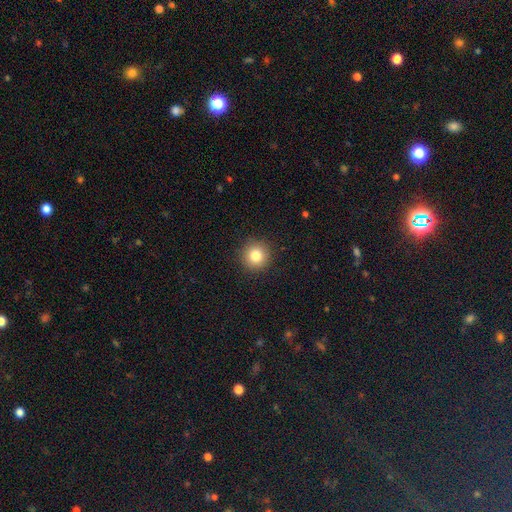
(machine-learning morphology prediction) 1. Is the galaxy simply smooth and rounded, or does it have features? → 82% smooth, 11% star or artifact, 7% featured or disk.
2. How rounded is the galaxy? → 94% round, 5% in between, 1% cigar-shaped.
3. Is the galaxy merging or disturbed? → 91% none, 6% minor disturbance, 2% major disturbance, 1% merger.